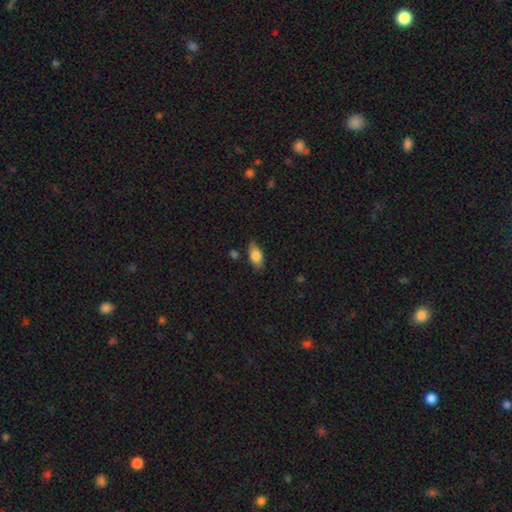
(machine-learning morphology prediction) Smooth or featured? Predicted: smooth (p=0.76). How rounded? Predicted: in between (p=0.86). Merging? Predicted: none (p=0.77).